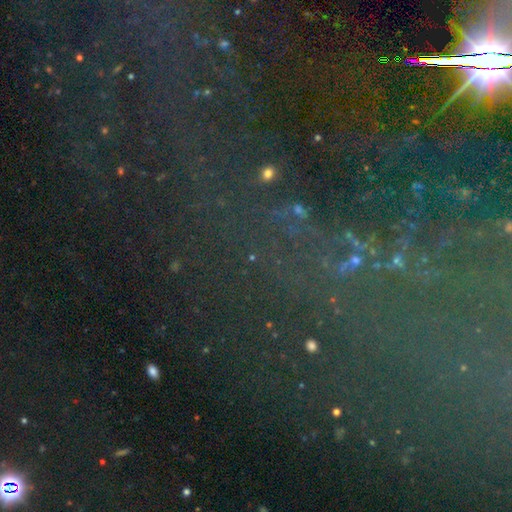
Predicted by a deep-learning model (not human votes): This appears to be a star or artifact, not a galaxy (80%).